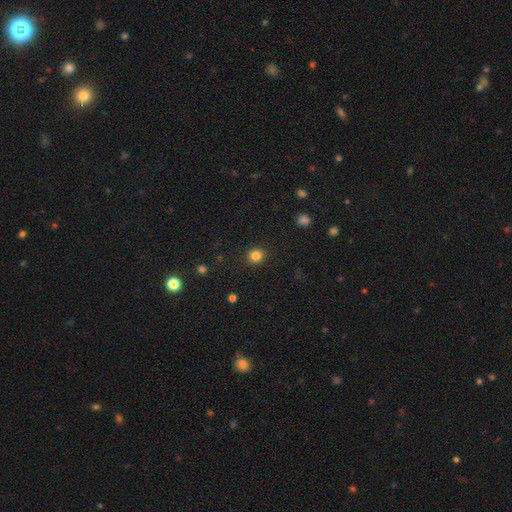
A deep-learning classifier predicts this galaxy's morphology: The model was most divided on "how rounded": round: 85%, in between: 14%, cigar-shaped: 1%. More confident: merging — none (91%); smooth or featured — smooth (84%).